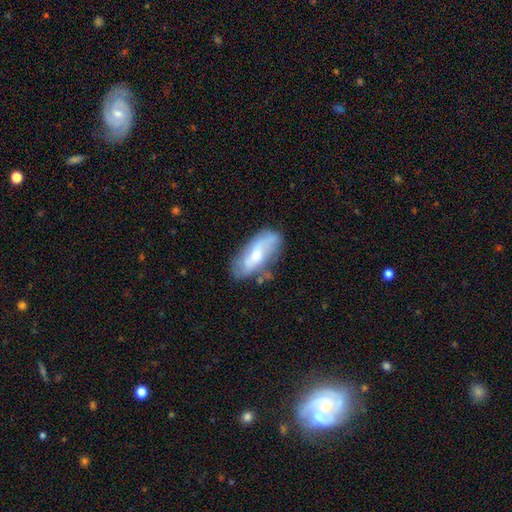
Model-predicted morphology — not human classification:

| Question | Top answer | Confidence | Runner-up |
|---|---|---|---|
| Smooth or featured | featured or disk | 53% | smooth (39%) |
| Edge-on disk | no | 84% | yes (16%) |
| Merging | none | 62% | minor disturbance (25%) |